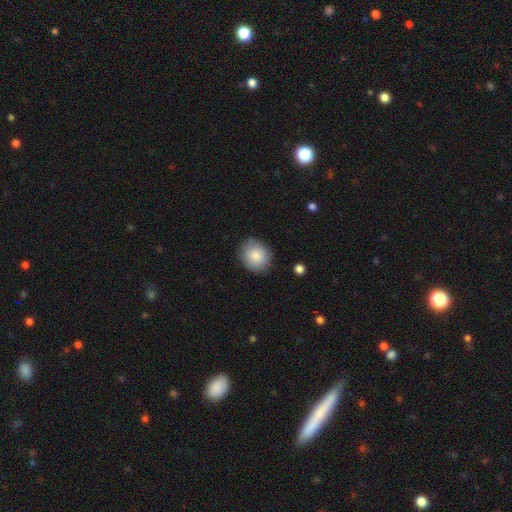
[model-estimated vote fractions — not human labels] Morphology: type=smooth (84%); roundness=round (72%); merging=none (84%).